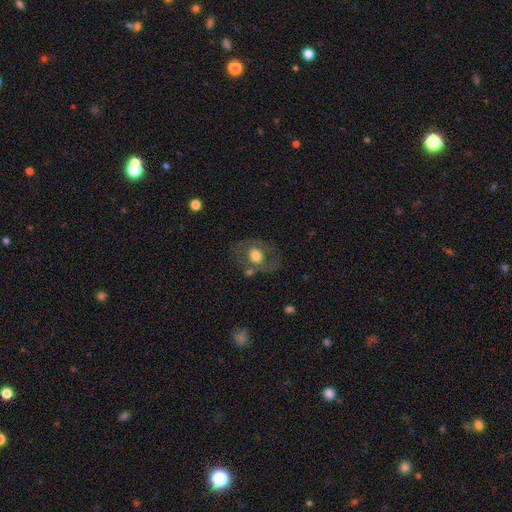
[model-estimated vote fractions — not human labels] smooth 51%, featured or disk 41%, star or artifact 8%. Down the decision tree: how rounded — in between (50%); merging — none (64%).